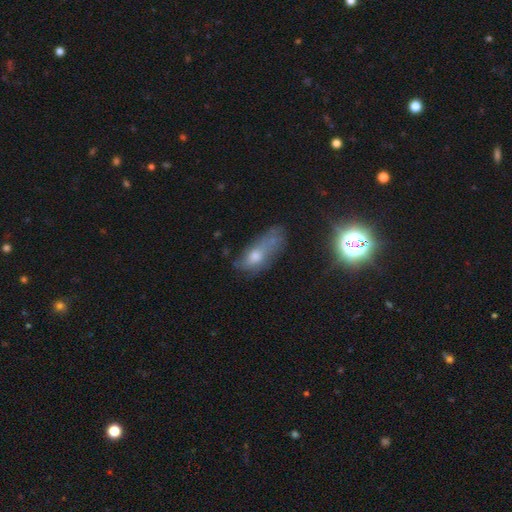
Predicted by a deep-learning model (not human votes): A smooth galaxy with no disk features (50%). Merging: none (32%).